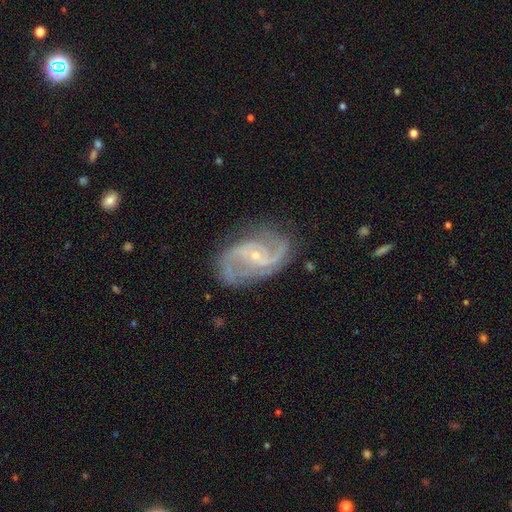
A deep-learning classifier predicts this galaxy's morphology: This is clearly a featured or disk galaxy (89%). It is clearly not viewed edge-on (97%). Bar: possibly no (49%). Spiral arm pattern: clearly yes (97%). Spiral arm count: clearly 2 (81%). Spiral winding: possibly medium (55%). Central bulge: clearly small (80%). Merging: likely none (72%).